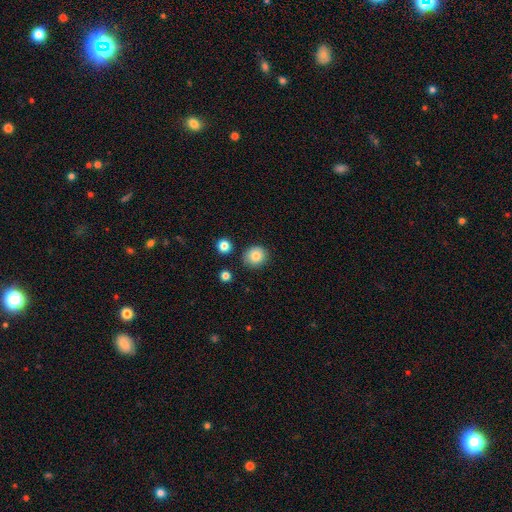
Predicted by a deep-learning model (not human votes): A smooth galaxy with no disk features (84%) that is round (86%).

Vote fractions:
- Smooth or featured? smooth: 84% / star or artifact: 10% / featured or disk: 6%
- How rounded? round: 86% / in between: 13% / cigar-shaped: 1%
- Merging? none: 85% / minor disturbance: 9% / merger: 3% / major disturbance: 2%